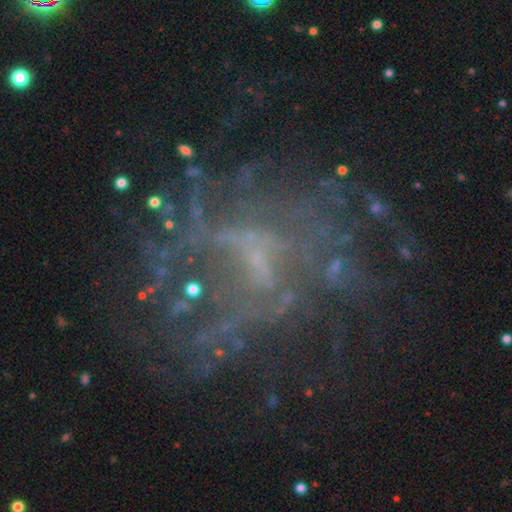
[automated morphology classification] type=featured or disk (60%); edge-on=no (97%); bar=no (58%); spiral arms=no (61%); bulge=none (45%); merging=none (52%).